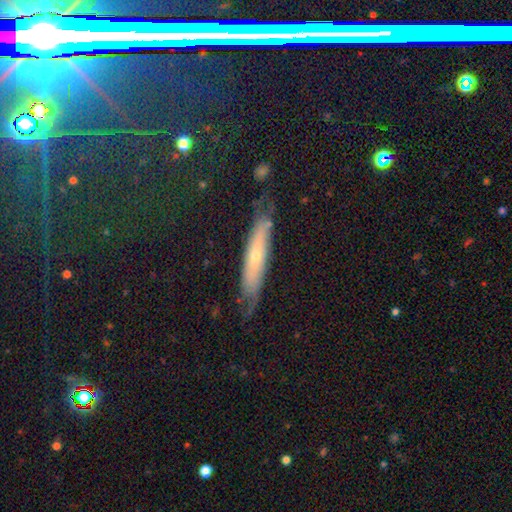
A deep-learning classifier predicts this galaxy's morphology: Smooth or featured? Predicted: featured or disk (p=0.55). Edge-on disk? Predicted: yes (p=0.60). Merging? Predicted: none (p=0.68).